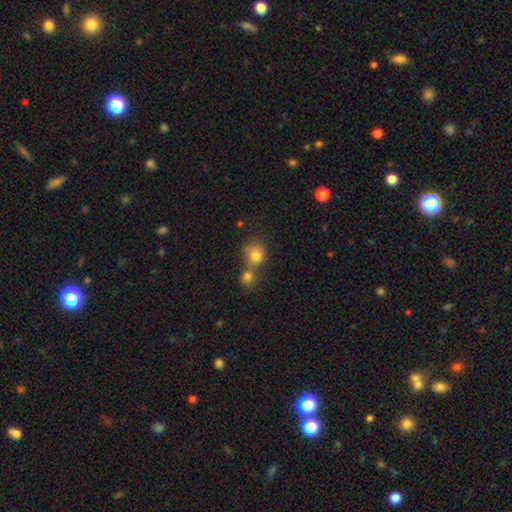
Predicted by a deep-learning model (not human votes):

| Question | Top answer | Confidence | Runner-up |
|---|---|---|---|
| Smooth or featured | smooth | 79% | star or artifact (12%) |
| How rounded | round | 82% | in between (17%) |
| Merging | merger | 47% | none (40%) |